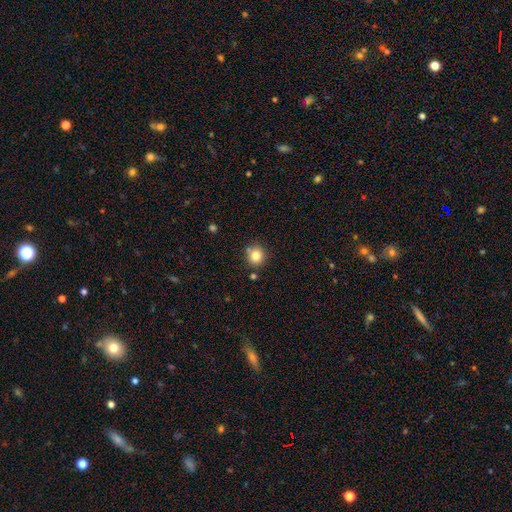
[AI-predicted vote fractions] Smooth or featured?
  - smooth: 81% *
  - star or artifact: 11%
  - featured or disk: 7%
How rounded?
  - round: 91% *
  - in between: 8%
  - cigar-shaped: 1%
Merging?
  - none: 82% *
  - minor disturbance: 9%
  - merger: 7%
  - major disturbance: 2%